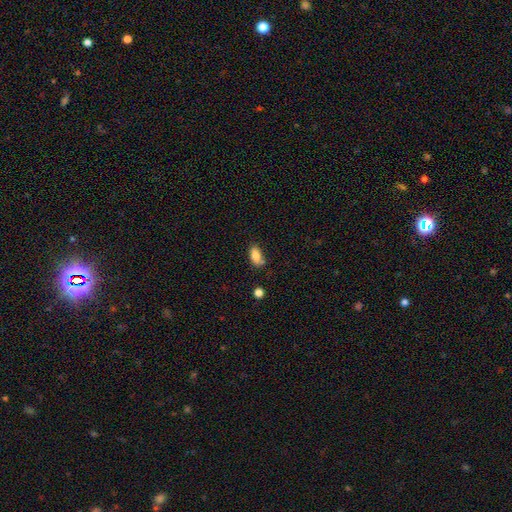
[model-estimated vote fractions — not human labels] A smooth galaxy with no disk features (84%) that is in between round and cigar-shaped (88%).

Vote fractions:
- Smooth or featured? smooth: 84% / star or artifact: 8% / featured or disk: 8%
- How rounded? in between: 88% / cigar-shaped: 8% / round: 4%
- Merging? none: 68% / minor disturbance: 20% / merger: 7% / major disturbance: 4%